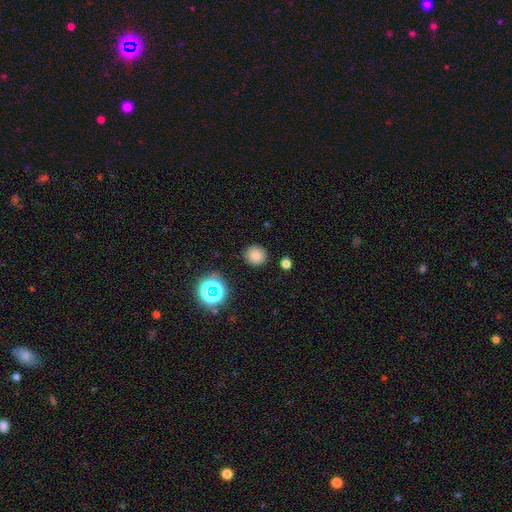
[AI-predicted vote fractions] The model was most divided on "smooth or featured": smooth: 78%, star or artifact: 16%, featured or disk: 6%. More confident: how rounded — round (92%); merging — none (88%).